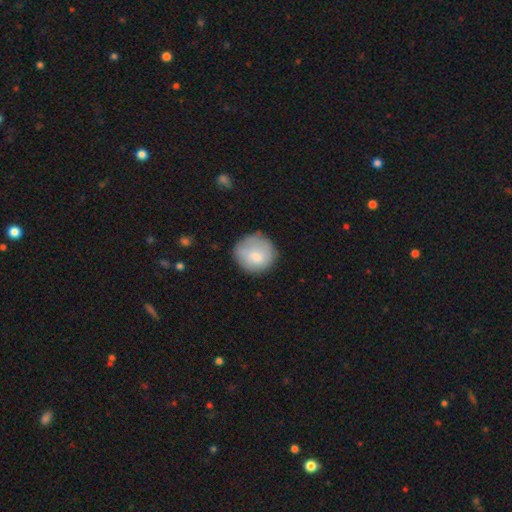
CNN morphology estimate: Smooth or featured? Predicted: smooth (p=0.75). How rounded? Predicted: round (p=0.88). Merging? Predicted: none (p=0.70).